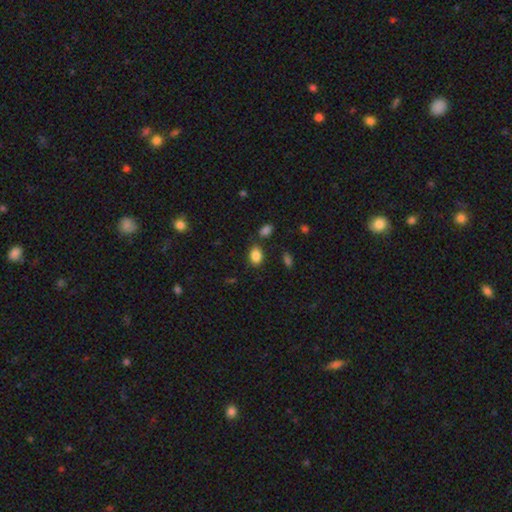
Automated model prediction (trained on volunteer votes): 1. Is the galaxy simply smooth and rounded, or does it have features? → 86% smooth, 9% star or artifact, 5% featured or disk.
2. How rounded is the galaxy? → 77% in between, 22% round, 1% cigar-shaped.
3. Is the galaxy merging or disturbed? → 77% none, 13% minor disturbance, 6% merger, 4% major disturbance.